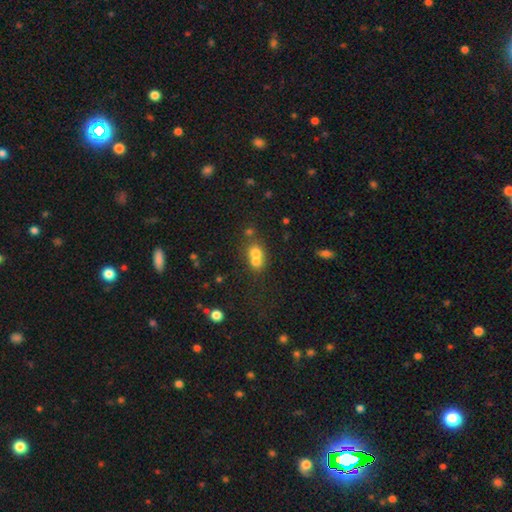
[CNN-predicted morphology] Smooth or featured? smooth (68%)
How rounded? round (72%)
Merging? merger (65%)